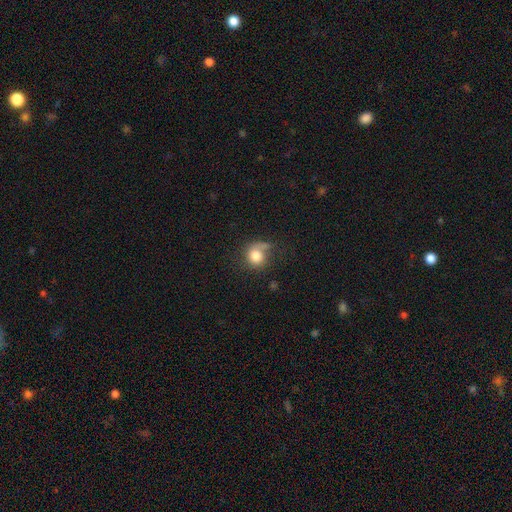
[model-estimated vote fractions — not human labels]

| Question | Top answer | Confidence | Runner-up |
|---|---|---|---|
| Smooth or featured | smooth | 77% | featured or disk (14%) |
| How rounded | round | 80% | in between (19%) |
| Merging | none | 49% | minor disturbance (25%) |